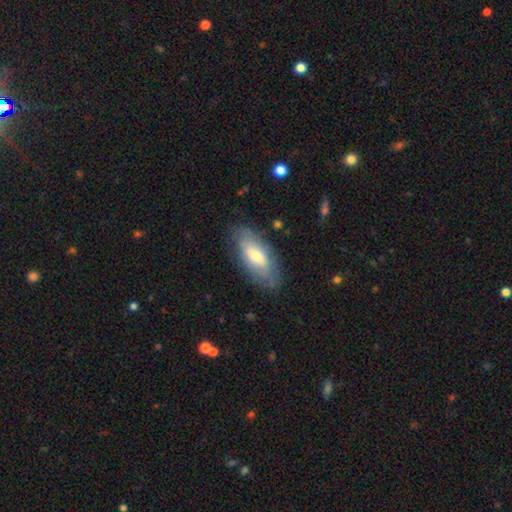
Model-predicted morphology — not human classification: Smooth or featured? smooth (57%)
How rounded? in between (82%)
Merging? none (79%)